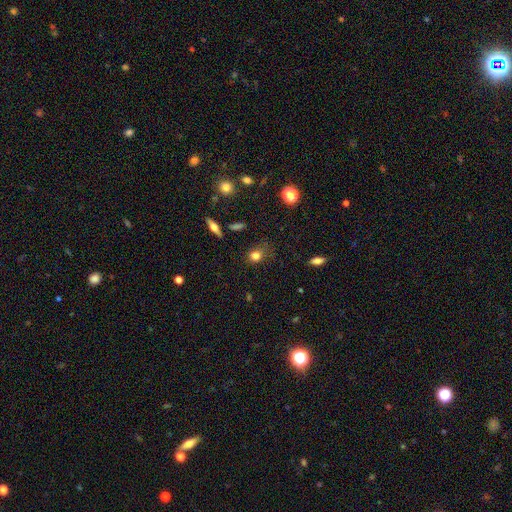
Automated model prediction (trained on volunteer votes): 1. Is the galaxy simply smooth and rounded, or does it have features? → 79% smooth, 12% star or artifact, 8% featured or disk.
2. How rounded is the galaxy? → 60% round, 38% in between, 2% cigar-shaped.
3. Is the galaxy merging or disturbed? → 62% none, 25% minor disturbance, 10% major disturbance, 3% merger.